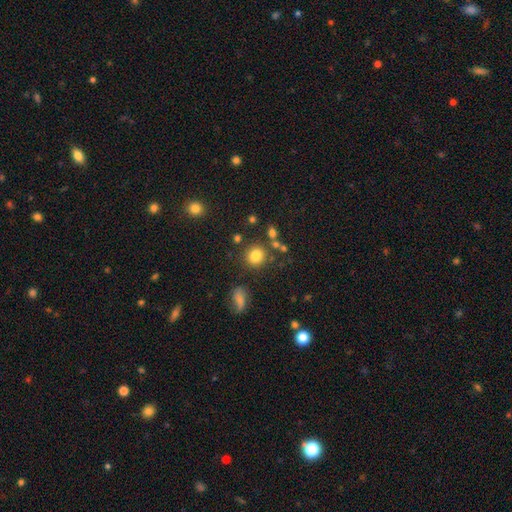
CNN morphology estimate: Smooth or featured?
  - smooth: 80% *
  - star or artifact: 12%
  - featured or disk: 7%
How rounded?
  - round: 85% *
  - in between: 14%
  - cigar-shaped: 1%
Merging?
  - none: 78% *
  - minor disturbance: 10%
  - merger: 8%
  - major disturbance: 4%